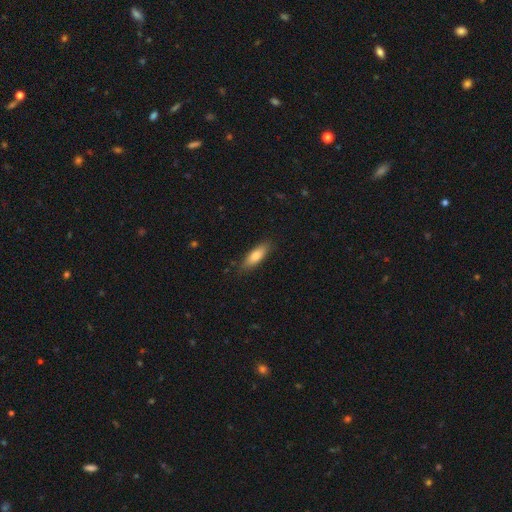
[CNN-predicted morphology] Smooth or featured? smooth (78%)
How rounded? in between (55%)
Merging? none (82%)